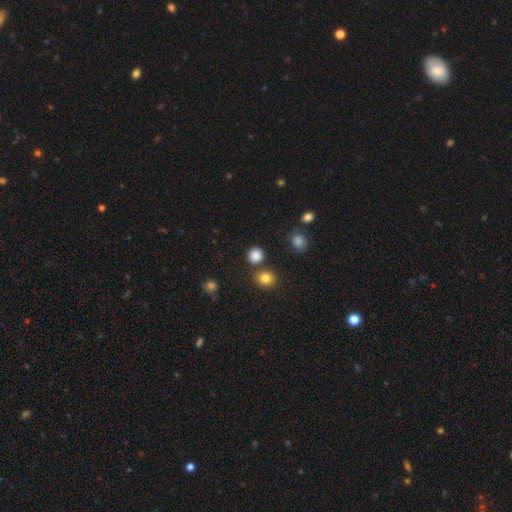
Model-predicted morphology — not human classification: Smooth or featured? smooth (84%)
How rounded? round (89%)
Merging? none (80%)